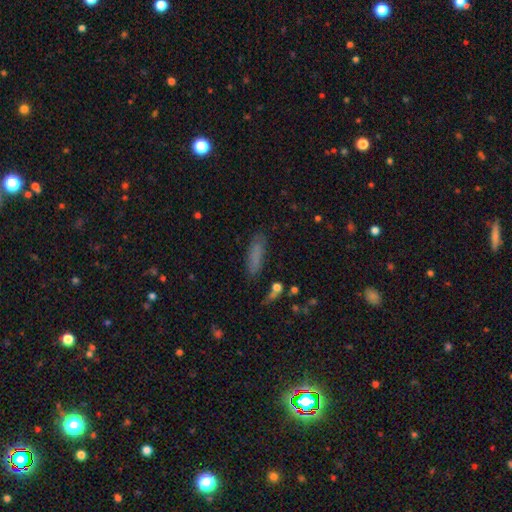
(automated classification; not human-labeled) Q: Smooth or featured?
A: smooth (76%); runner-up: star or artifact (12%)
Q: How rounded?
A: cigar-shaped (62%); runner-up: in between (35%)
Q: Merging?
A: none (79%); runner-up: minor disturbance (14%)